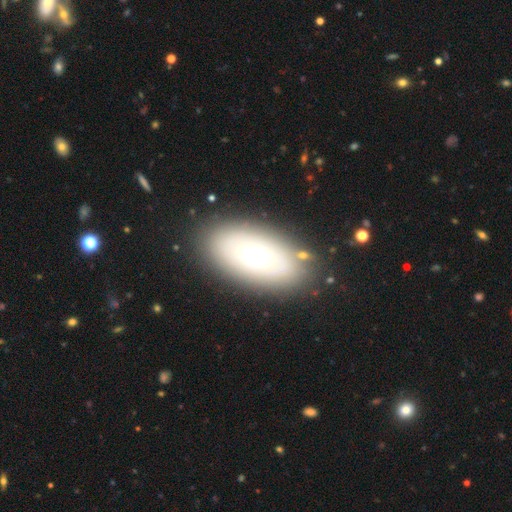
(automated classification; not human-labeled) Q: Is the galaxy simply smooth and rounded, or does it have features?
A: smooth — 51%.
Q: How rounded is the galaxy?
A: in between — 90%.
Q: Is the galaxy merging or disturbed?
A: none — 83%.